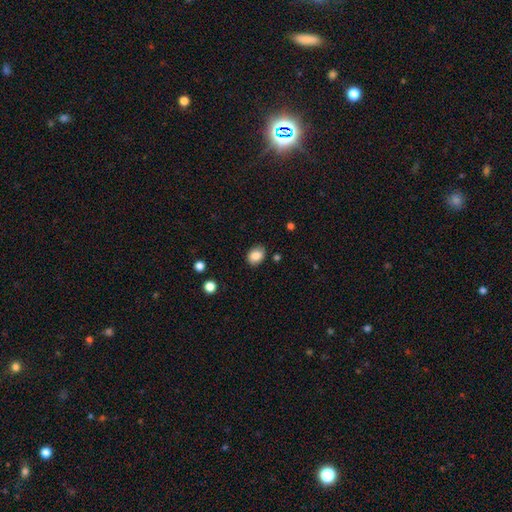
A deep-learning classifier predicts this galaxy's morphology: Overall: smooth (86%). How rounded: in between (62%; round 37%). Merging: none (83%).